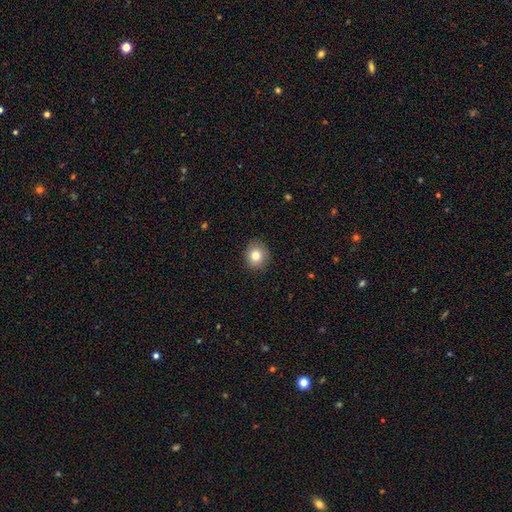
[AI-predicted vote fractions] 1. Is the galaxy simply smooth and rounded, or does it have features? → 80% smooth, 10% star or artifact, 9% featured or disk.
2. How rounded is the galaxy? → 82% round, 18% in between, 1% cigar-shaped.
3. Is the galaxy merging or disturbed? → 89% none, 8% minor disturbance, 2% major disturbance, 1% merger.